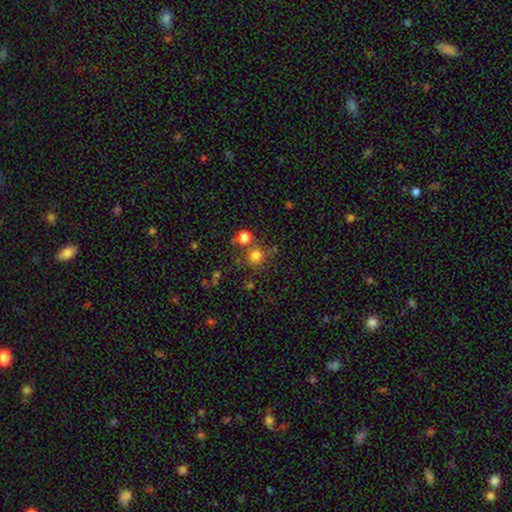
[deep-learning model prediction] smooth-or-featured: smooth: 77% | star or artifact: 16% | featured or disk: 7%
  how-rounded: round: 91% | in between: 8% | cigar-shaped: 1%
  merging: none: 71% | merger: 16% | minor disturbance: 9% | major disturbance: 4%